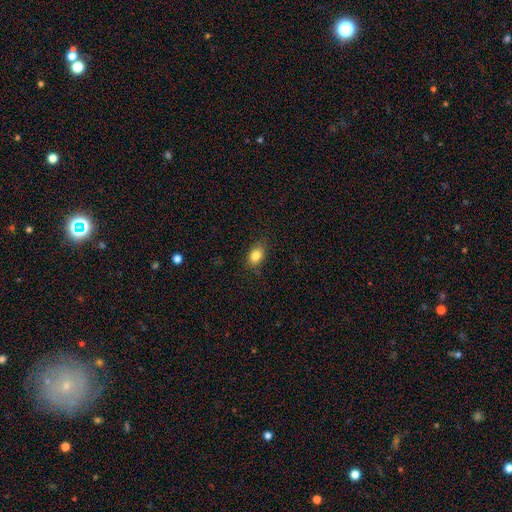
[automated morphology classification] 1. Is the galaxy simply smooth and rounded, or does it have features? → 84% smooth, 9% star or artifact, 7% featured or disk.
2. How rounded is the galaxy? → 72% in between, 26% round, 2% cigar-shaped.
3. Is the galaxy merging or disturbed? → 81% none, 15% minor disturbance, 4% major disturbance, 1% merger.